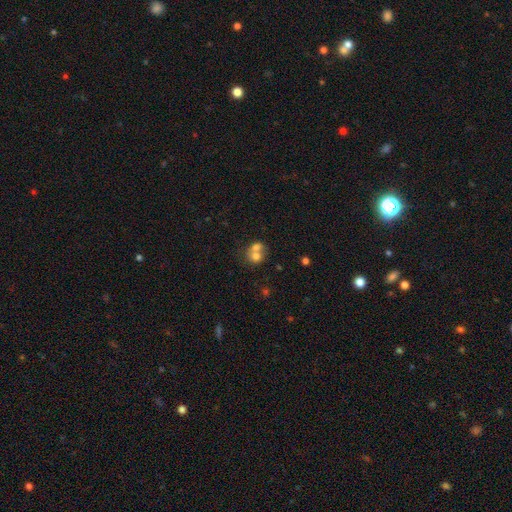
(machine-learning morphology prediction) A smooth galaxy with no disk features (68%) that is round (68%). Merging: merger (67%).